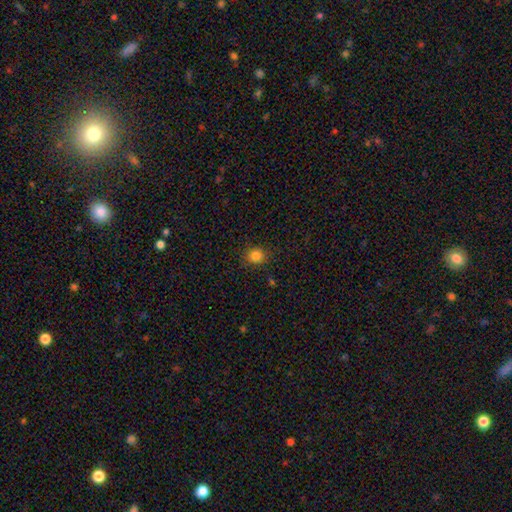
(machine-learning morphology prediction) Smooth or featured? smooth (83%)
How rounded? round (81%)
Merging? none (87%)